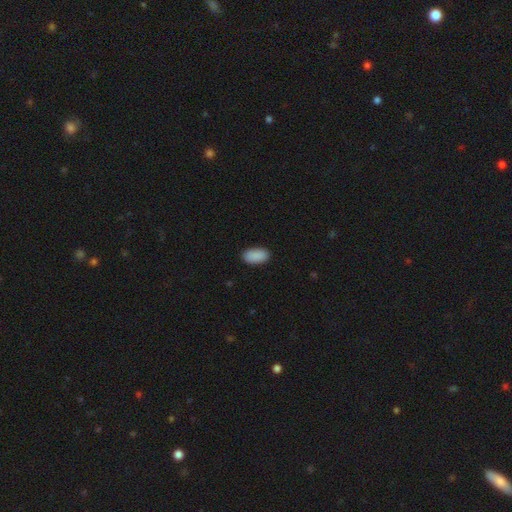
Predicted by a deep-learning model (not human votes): This is clearly a smooth galaxy (91%). How rounded: clearly in between (95%). Merging: clearly none (90%).